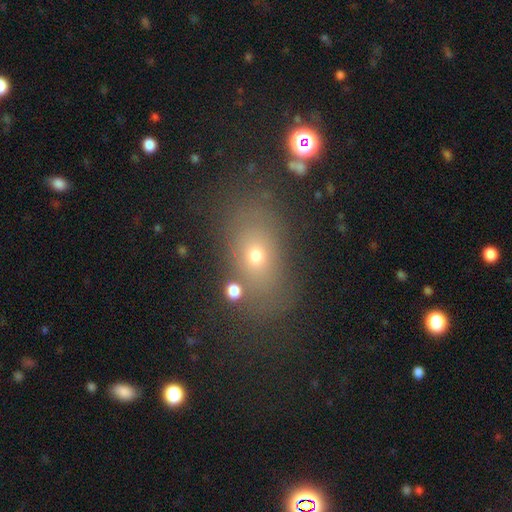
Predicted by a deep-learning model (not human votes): Smooth or featured? Predicted: smooth (p=0.60). How rounded? Predicted: in between (p=0.71). Merging? Predicted: none (p=0.75).